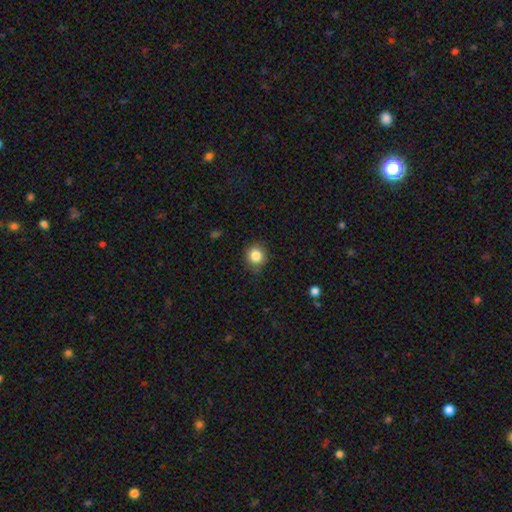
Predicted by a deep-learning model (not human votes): Smooth or featured?
  - smooth: 84% *
  - star or artifact: 10%
  - featured or disk: 6%
How rounded?
  - round: 81% *
  - in between: 18%
  - cigar-shaped: 1%
Merging?
  - none: 84% *
  - minor disturbance: 12%
  - major disturbance: 3%
  - merger: 1%